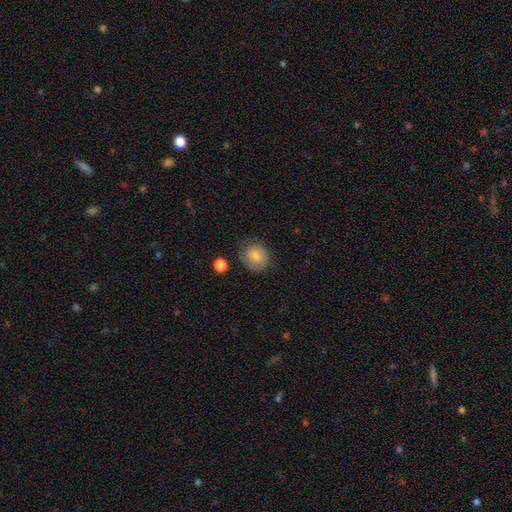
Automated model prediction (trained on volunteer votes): A smooth galaxy with no disk features (79%) that is round (77%). Merging: none (69%).